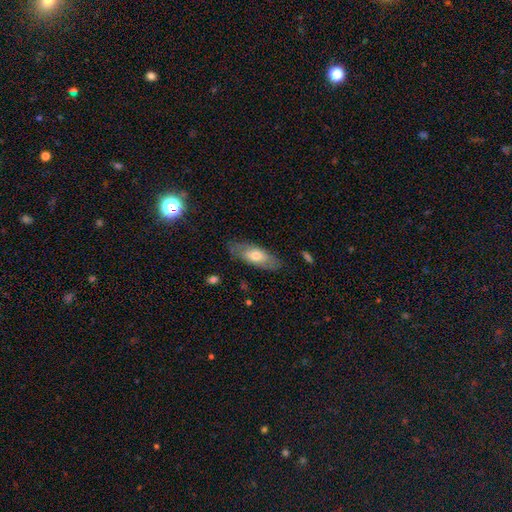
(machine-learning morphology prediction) Q: Smooth or featured?
A: smooth (56%); runner-up: featured or disk (38%)
Q: How rounded?
A: in between (76%); runner-up: cigar-shaped (22%)
Q: Merging?
A: none (79%); runner-up: minor disturbance (15%)